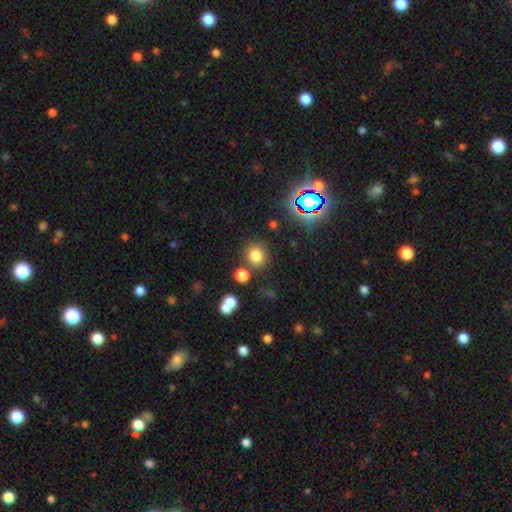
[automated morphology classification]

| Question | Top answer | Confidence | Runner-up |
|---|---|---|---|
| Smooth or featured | smooth | 77% | star or artifact (16%) |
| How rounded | round | 81% | in between (18%) |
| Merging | none | 78% | minor disturbance (10%) |